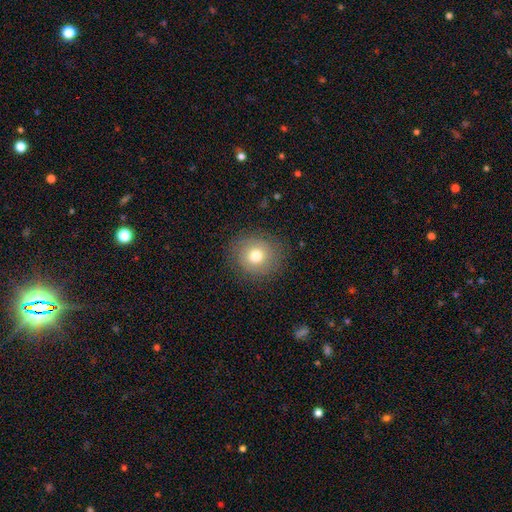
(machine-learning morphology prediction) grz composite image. It shows a smooth galaxy with no disk features (74%) that is round (84%). Merging: none (85%).